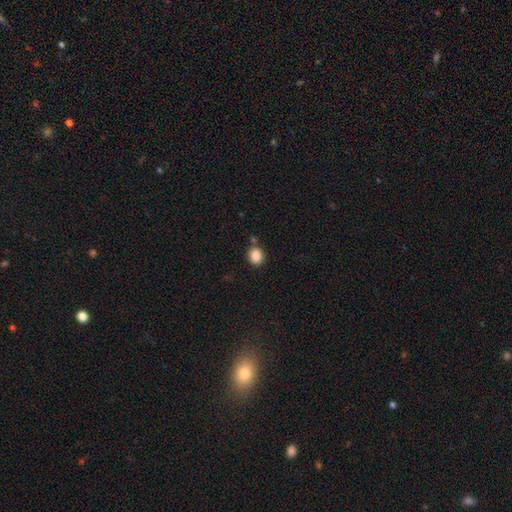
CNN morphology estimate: The model was most divided on "how rounded": round: 72%, in between: 28%, cigar-shaped: 1%. More confident: smooth or featured — smooth (86%); merging — none (79%).